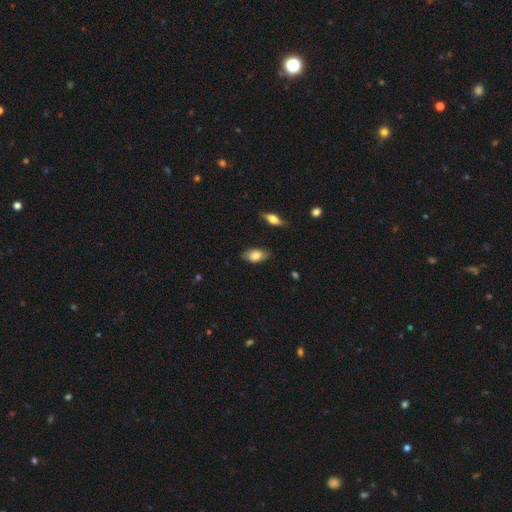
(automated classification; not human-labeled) This appears to be a smooth galaxy with no disk features (77%) that is in between round and cigar-shaped (91%). Merging: none (80%).